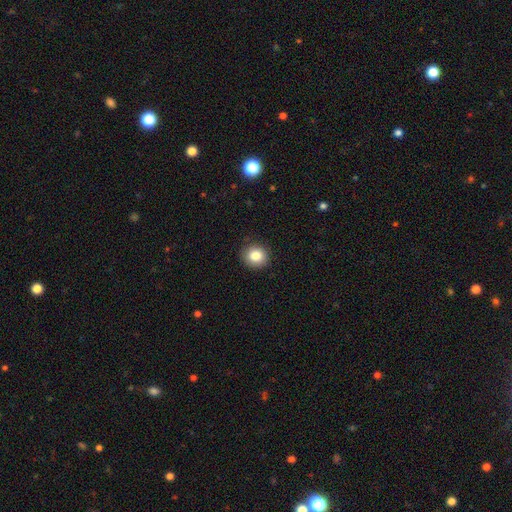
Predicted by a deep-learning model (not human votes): Q: Smooth or featured?
A: smooth (83%); runner-up: star or artifact (10%)
Q: How rounded?
A: round (84%); runner-up: in between (15%)
Q: Merging?
A: none (90%); runner-up: minor disturbance (7%)